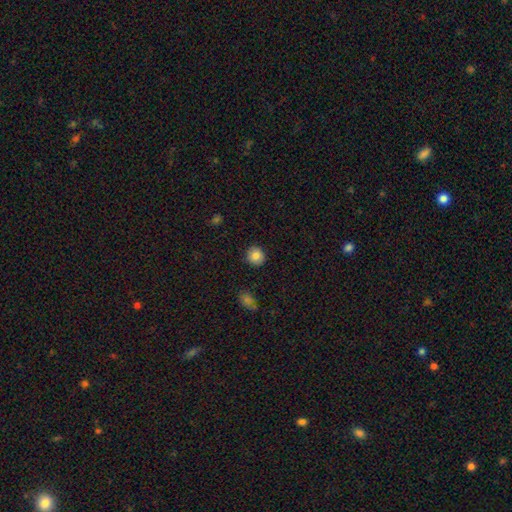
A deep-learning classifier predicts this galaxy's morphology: Overall: smooth (83%). How rounded: round (91%). Merging: none (91%).